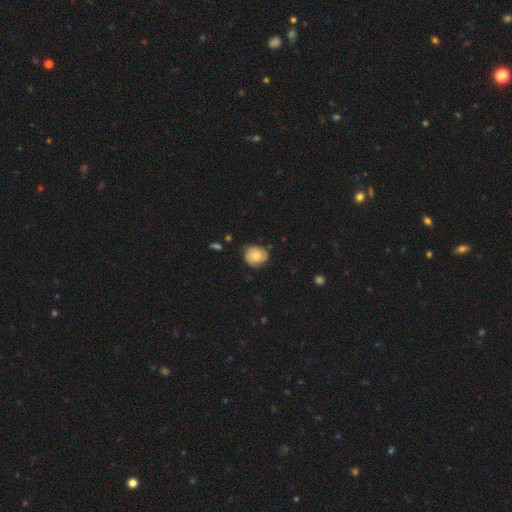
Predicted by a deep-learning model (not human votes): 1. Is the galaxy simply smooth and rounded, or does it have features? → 58% smooth, 35% featured or disk, 7% star or artifact.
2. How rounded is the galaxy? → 70% round, 29% in between, 1% cigar-shaped.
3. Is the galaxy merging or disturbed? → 69% none, 24% minor disturbance, 5% major disturbance, 1% merger.